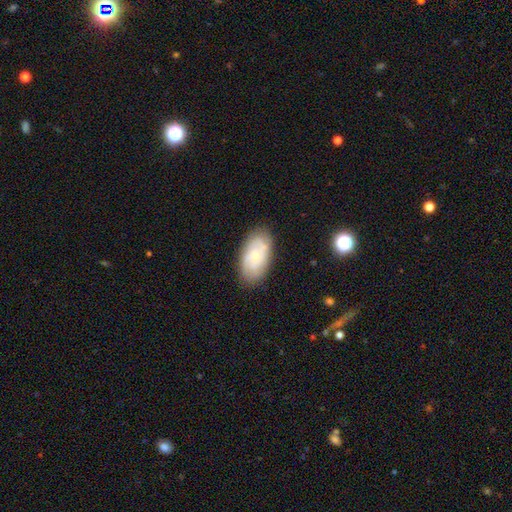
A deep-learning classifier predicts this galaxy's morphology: type=featured or disk (50%); edge-on=no (94%); merging=none (81%).